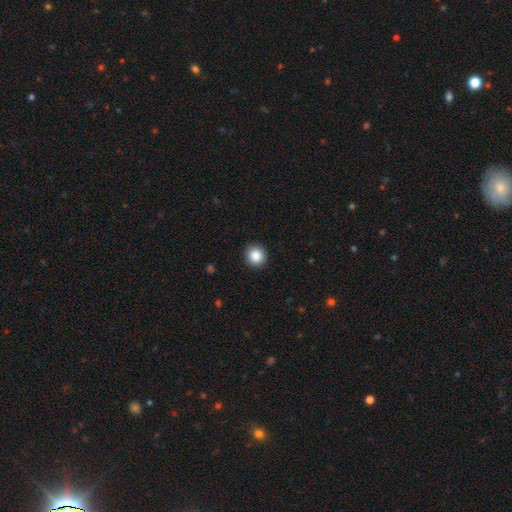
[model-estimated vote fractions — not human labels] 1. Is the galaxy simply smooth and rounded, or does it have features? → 88% smooth, 9% star or artifact, 3% featured or disk.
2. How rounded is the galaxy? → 92% round, 7% in between, 1% cigar-shaped.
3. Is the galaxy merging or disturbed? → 91% none, 6% minor disturbance, 2% major disturbance, 1% merger.